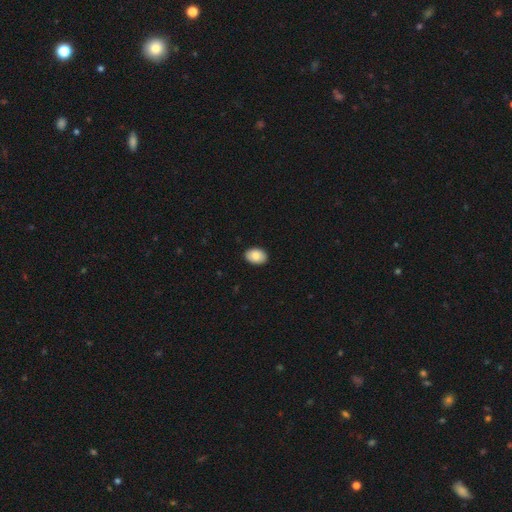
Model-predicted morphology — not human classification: A smooth galaxy with no disk features (87%) that is in between round and cigar-shaped (83%). Merging: none (91%).